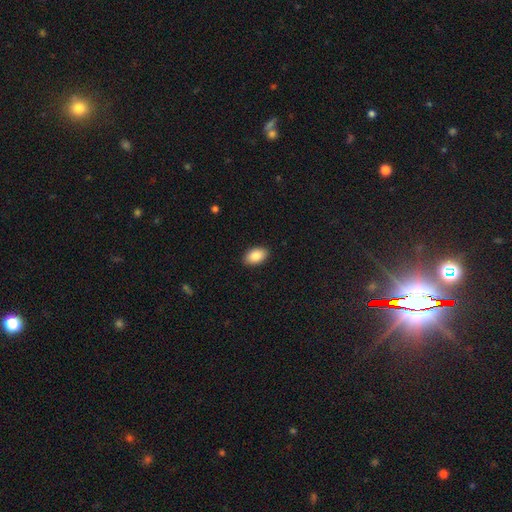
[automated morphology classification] This is clearly a smooth galaxy (87%). How rounded: clearly in between (92%). Merging: clearly none (90%).